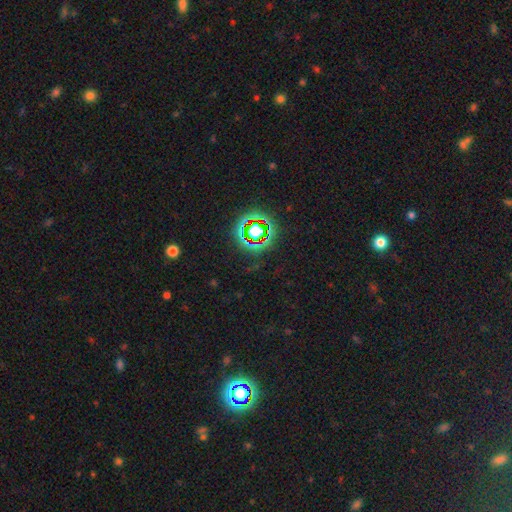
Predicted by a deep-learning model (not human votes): Smooth or featured?
  - star or artifact: 79% *
  - smooth: 13%
  - featured or disk: 8%